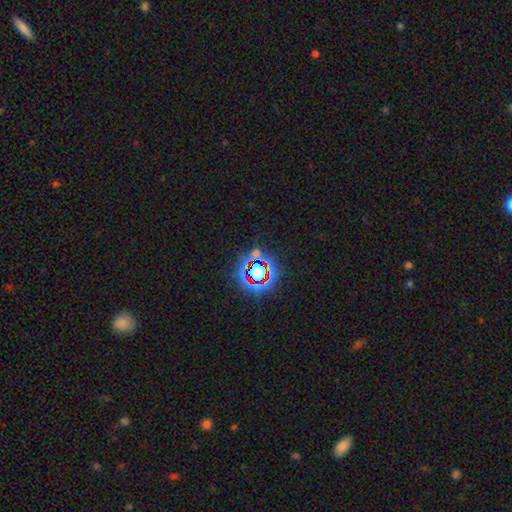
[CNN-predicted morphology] Overall: star or artifact (76%).